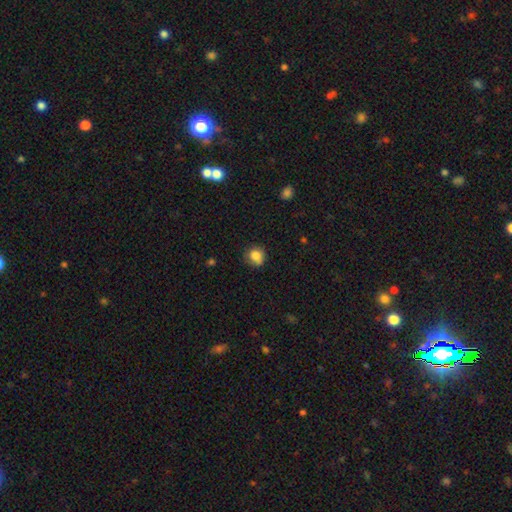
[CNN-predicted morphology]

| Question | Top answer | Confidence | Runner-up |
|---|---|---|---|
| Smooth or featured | smooth | 81% | star or artifact (11%) |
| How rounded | round | 87% | in between (12%) |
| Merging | none | 69% | minor disturbance (20%) |